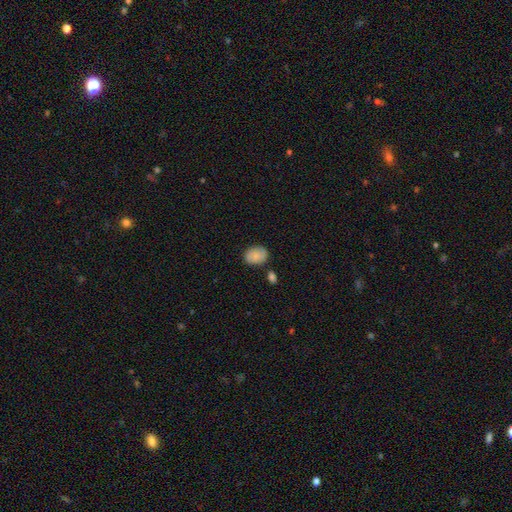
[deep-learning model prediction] Overall: smooth (84%). How rounded: in between (64%; round 35%). Merging: none (74%).